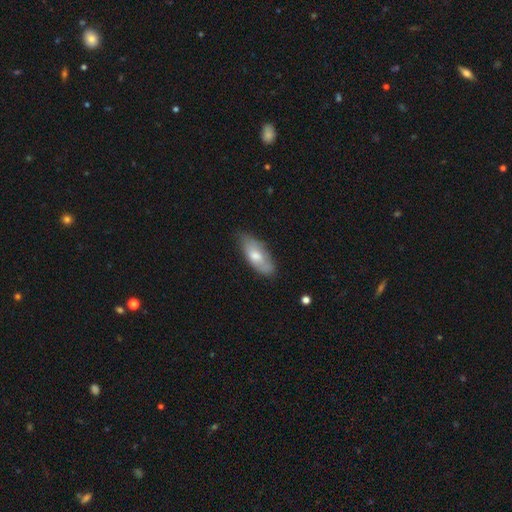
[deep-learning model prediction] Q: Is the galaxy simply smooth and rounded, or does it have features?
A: smooth — 65%.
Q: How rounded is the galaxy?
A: in between — 79%.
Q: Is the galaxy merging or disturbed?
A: none — 62%.